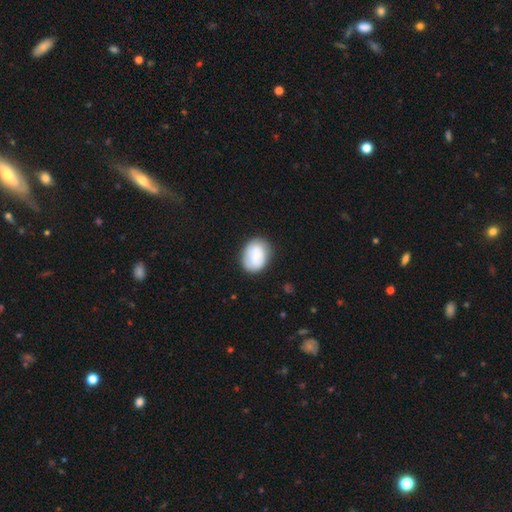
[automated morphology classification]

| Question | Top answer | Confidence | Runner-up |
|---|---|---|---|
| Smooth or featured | smooth | 73% | featured or disk (20%) |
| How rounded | in between | 63% | round (36%) |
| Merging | none | 75% | minor disturbance (18%) |